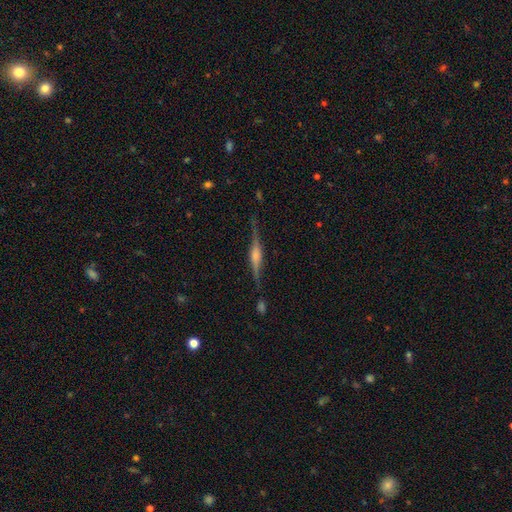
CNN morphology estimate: The model was most divided on "edge-on bulge": rounded: 70%, boxy: 25%, none: 5%. More confident: edge-on disk — yes (97%); merging — none (81%); smooth or featured — featured or disk (79%).